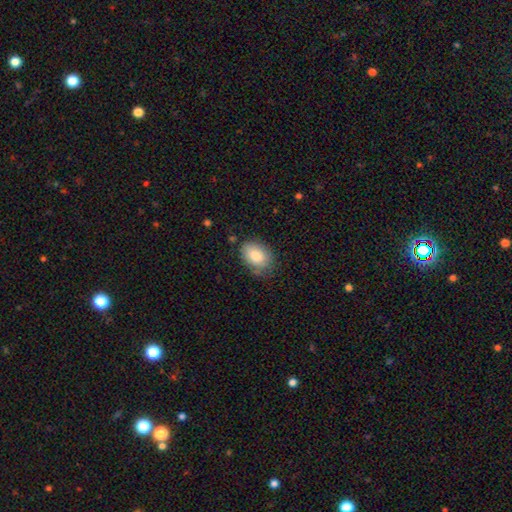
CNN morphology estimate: The model was most divided on "merging": none: 70%, minor disturbance: 22%, major disturbance: 5%, merger: 2%. More confident: smooth or featured — smooth (83%); how rounded — in between (81%).